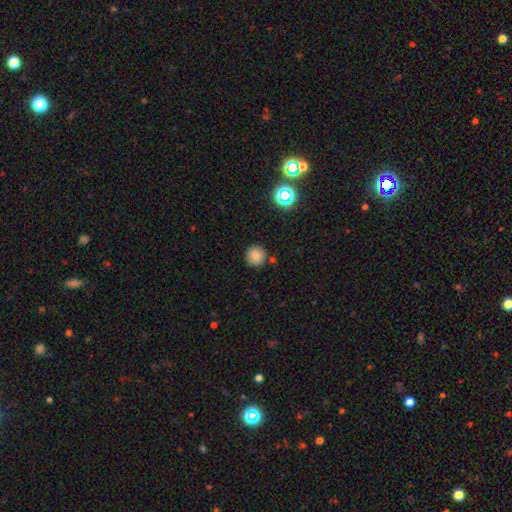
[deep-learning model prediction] The model was most divided on "smooth or featured": smooth: 78%, star or artifact: 13%, featured or disk: 9%. More confident: how rounded — round (95%); merging — none (86%).